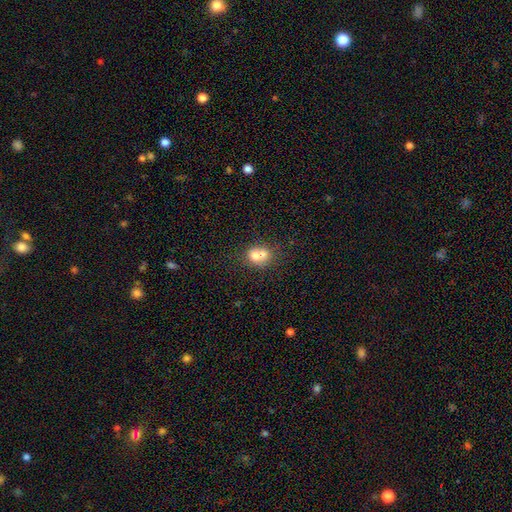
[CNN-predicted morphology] Smooth or featured: smooth — 69% (featured or disk — 21%)
How rounded: round — 65% (in between — 34%)
Merging: merger — 63% (none — 26%)